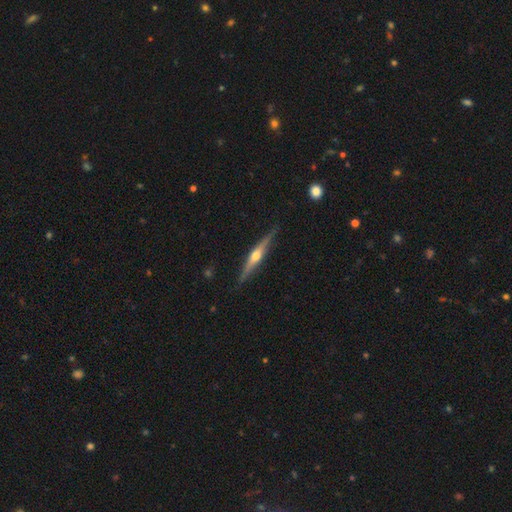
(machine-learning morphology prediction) This is likely a featured or disk galaxy (72%). It is clearly viewed edge-on (97%). Edge-on bulge: clearly rounded (92%). Merging: clearly none (87%).